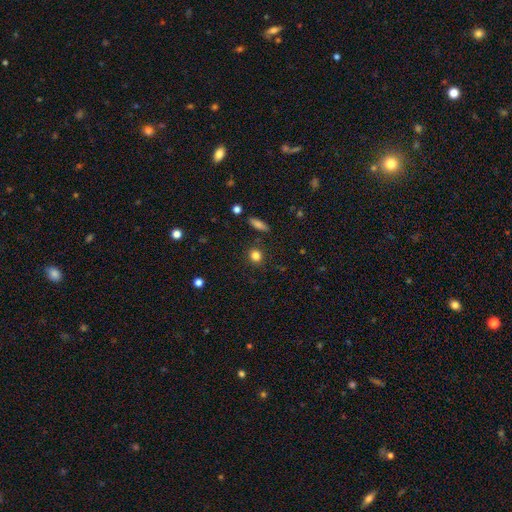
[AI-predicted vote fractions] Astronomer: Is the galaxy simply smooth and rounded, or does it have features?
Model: smooth — 83%.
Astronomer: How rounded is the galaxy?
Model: round — 84%.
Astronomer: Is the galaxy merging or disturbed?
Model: none — 88%.